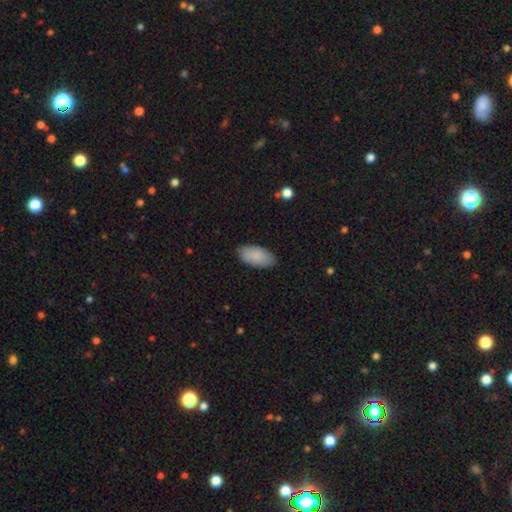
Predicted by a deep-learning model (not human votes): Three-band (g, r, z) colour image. It shows a smooth galaxy with no disk features (87%) that is in between round and cigar-shaped (95%). Merging: none (86%).